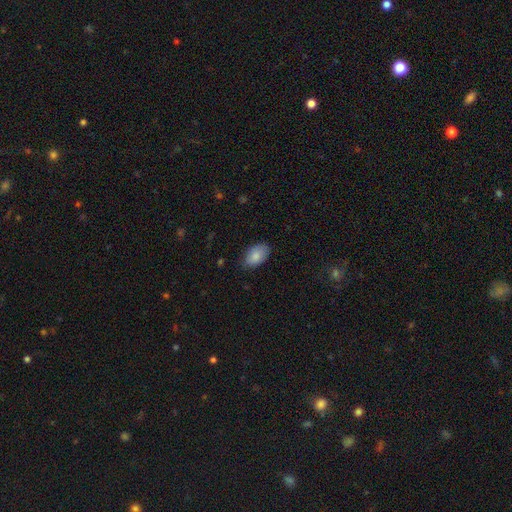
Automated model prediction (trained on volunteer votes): smooth 85%, featured or disk 8%, star or artifact 7%. Down the decision tree: how rounded — in between (92%); merging — none (79%).